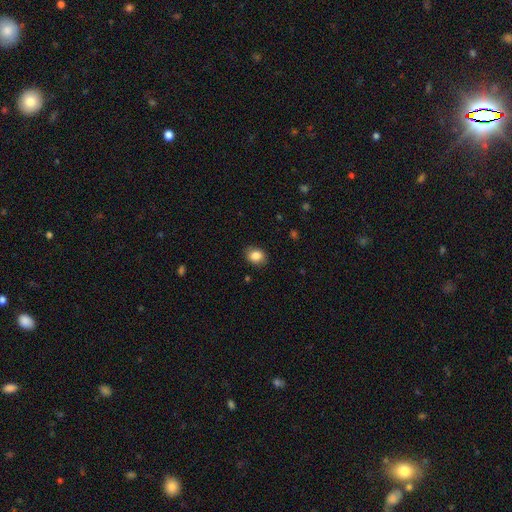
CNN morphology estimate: This appears to be a smooth galaxy with no disk features (86%) that is round (50%). Merging: none (86%).